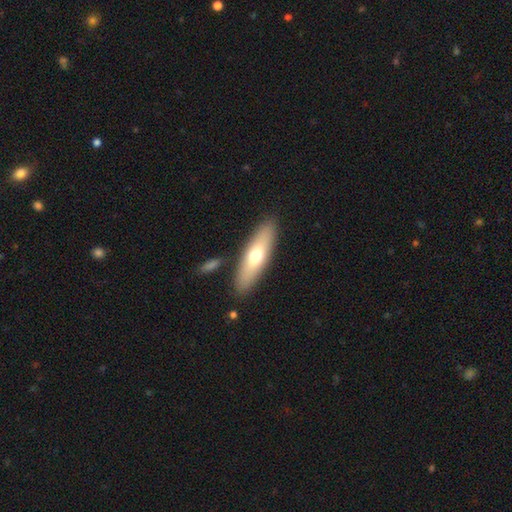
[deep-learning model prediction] Overall: smooth (62%; featured or disk 32%). How rounded: cigar-shaped (54%; in between 44%). Merging: none (86%).